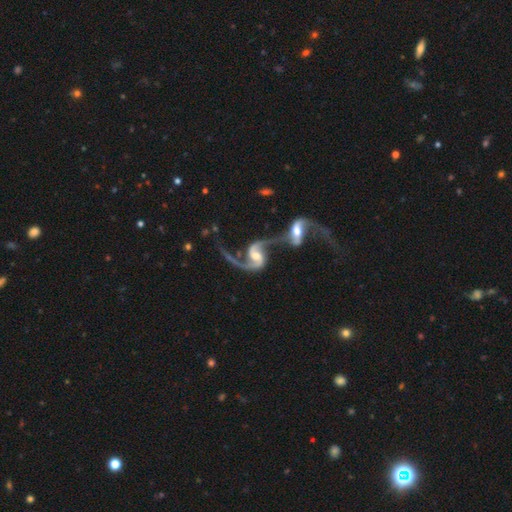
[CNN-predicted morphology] This is clearly a featured or disk galaxy (92%). It is clearly not viewed edge-on (97%). Bar: possibly weak (46%). Spiral arm pattern: clearly yes (97%). Spiral arm count: clearly 2 (91%). Spiral winding: likely loose (66%). Central bulge: possibly moderate (54%). Merging: likely merger (61%).